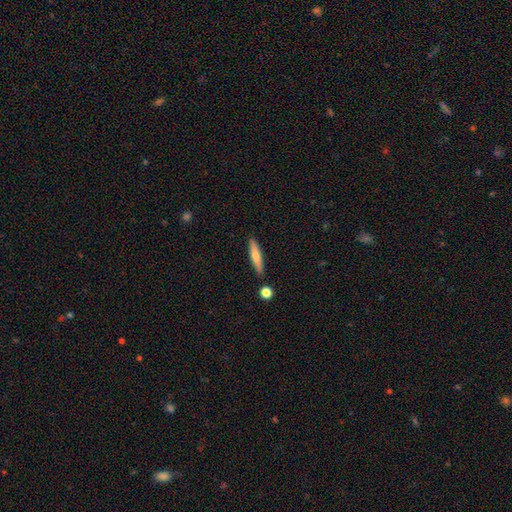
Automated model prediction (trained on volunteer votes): Smooth or featured?
  - smooth: 69% *
  - featured or disk: 25%
  - star or artifact: 6%
How rounded?
  - cigar-shaped: 87% *
  - in between: 11%
  - round: 2%
Merging?
  - none: 84% *
  - minor disturbance: 10%
  - merger: 4%
  - major disturbance: 2%